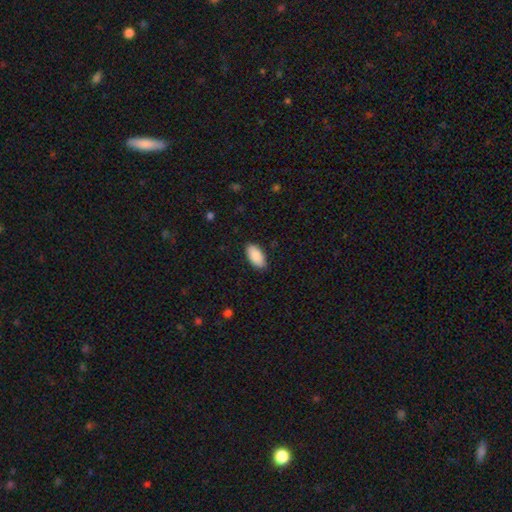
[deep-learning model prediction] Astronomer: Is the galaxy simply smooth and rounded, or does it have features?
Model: smooth — 90%.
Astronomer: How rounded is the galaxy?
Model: in between — 95%.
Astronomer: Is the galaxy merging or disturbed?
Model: none — 88%.